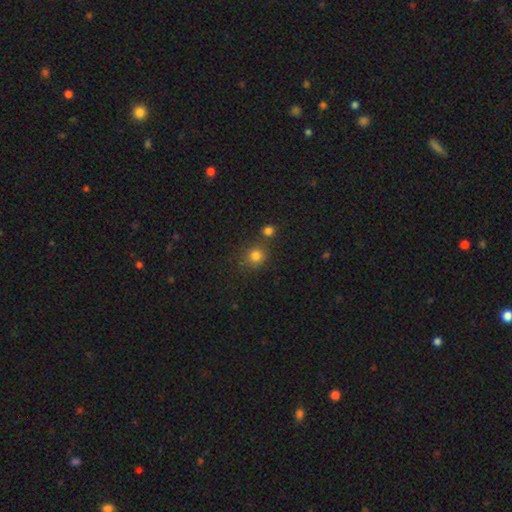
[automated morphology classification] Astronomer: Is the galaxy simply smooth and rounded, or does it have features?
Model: smooth — 80%.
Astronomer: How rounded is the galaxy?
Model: round — 87%.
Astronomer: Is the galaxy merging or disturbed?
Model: none — 71%.